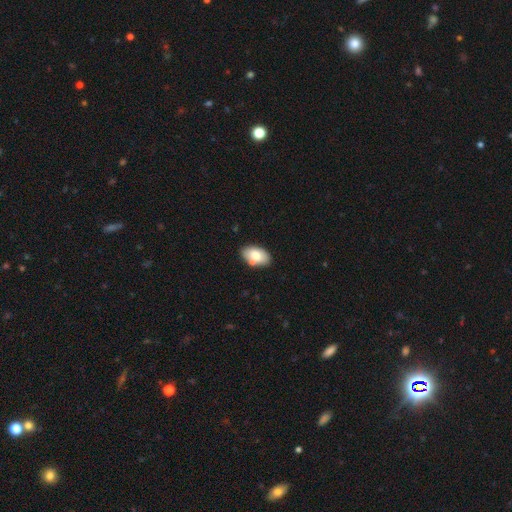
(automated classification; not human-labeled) The model was most divided on "merging": none: 71%, minor disturbance: 15%, merger: 11%, major disturbance: 3%. More confident: how rounded — in between (93%); smooth or featured — smooth (75%).